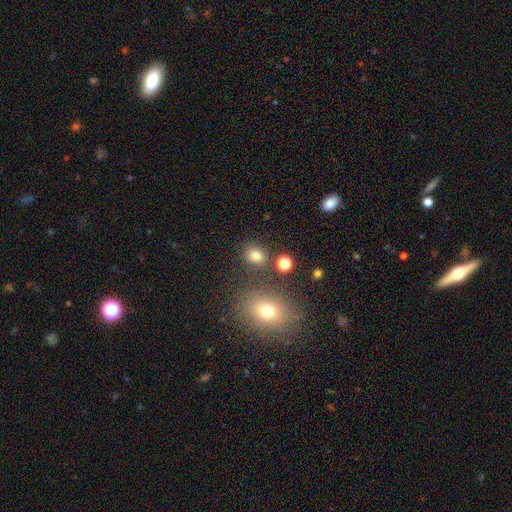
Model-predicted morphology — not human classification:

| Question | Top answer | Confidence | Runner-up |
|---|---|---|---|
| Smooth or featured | smooth | 77% | star or artifact (17%) |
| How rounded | round | 65% | in between (34%) |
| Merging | none | 78% | minor disturbance (10%) |